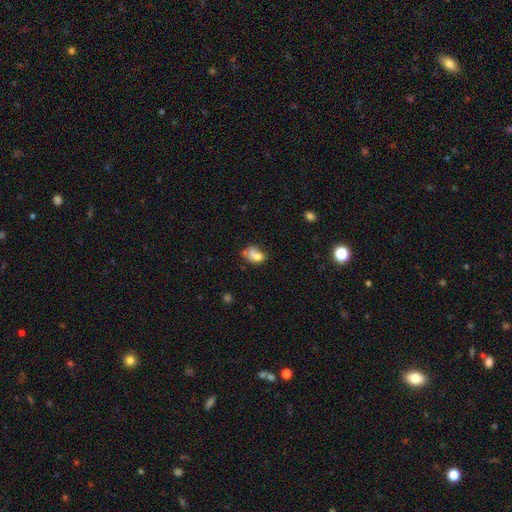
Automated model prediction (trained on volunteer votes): Smooth or featured? Predicted: smooth (p=0.72). How rounded? Predicted: in between (p=0.75). Merging? Predicted: none (p=0.32).